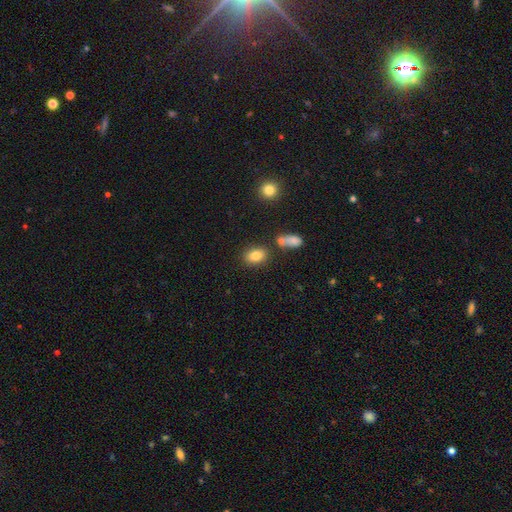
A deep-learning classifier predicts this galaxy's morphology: A smooth galaxy with no disk features (83%) that is in between round and cigar-shaped (78%).

Vote fractions:
- Smooth or featured? smooth: 83% / star or artifact: 9% / featured or disk: 8%
- How rounded? in between: 78% / round: 20% / cigar-shaped: 2%
- Merging? none: 76% / minor disturbance: 12% / merger: 9% / major disturbance: 4%